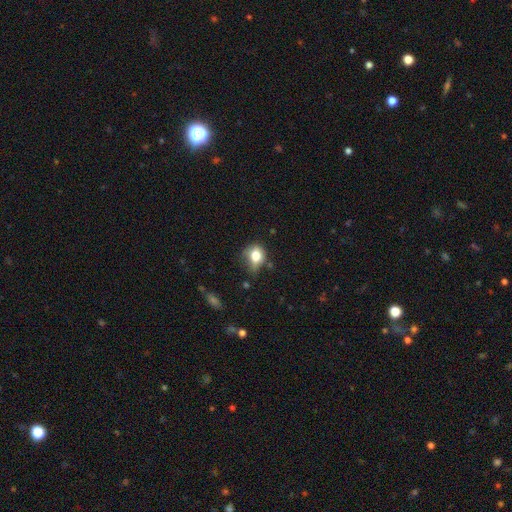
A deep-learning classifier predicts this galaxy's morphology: The model was most divided on "merging": none: 48%, minor disturbance: 35%, major disturbance: 12%, merger: 5%. More confident: smooth or featured — smooth (77%); how rounded — round (61%).